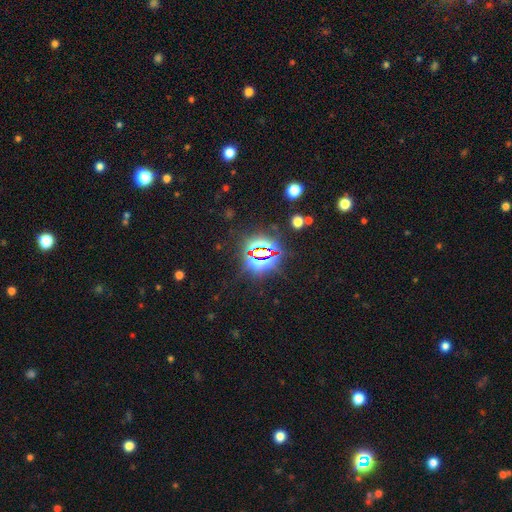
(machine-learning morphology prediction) A star or artifact, not a galaxy (82%).